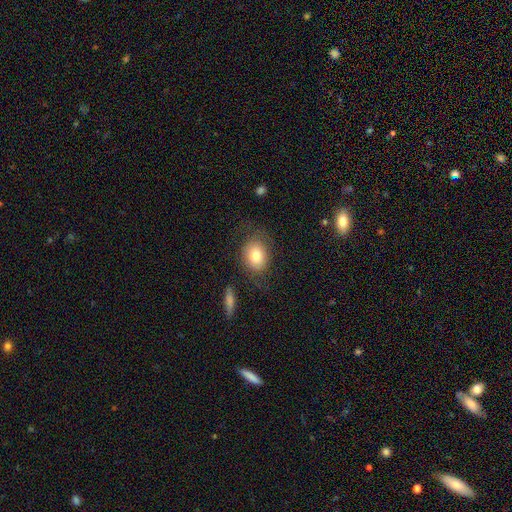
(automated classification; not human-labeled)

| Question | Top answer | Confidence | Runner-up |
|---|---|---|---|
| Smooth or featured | smooth | 77% | featured or disk (14%) |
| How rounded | in between | 59% | round (40%) |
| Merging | none | 68% | minor disturbance (18%) |